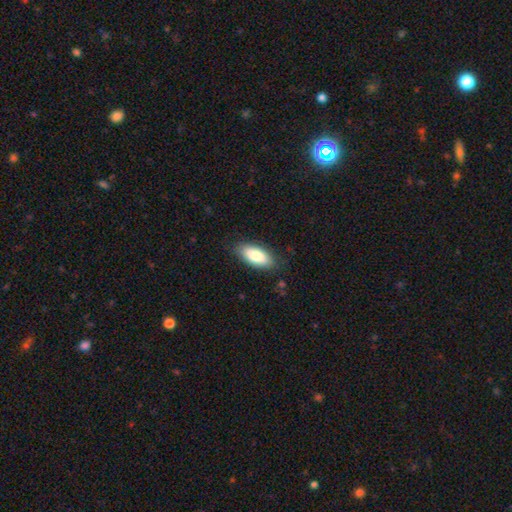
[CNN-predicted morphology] smooth_or_featured: smooth (p=0.81) [alt: featured or disk p=0.12]
how_rounded: in between (p=0.89) [alt: cigar-shaped p=0.09]
merging: none (p=0.84) [alt: minor disturbance p=0.13]